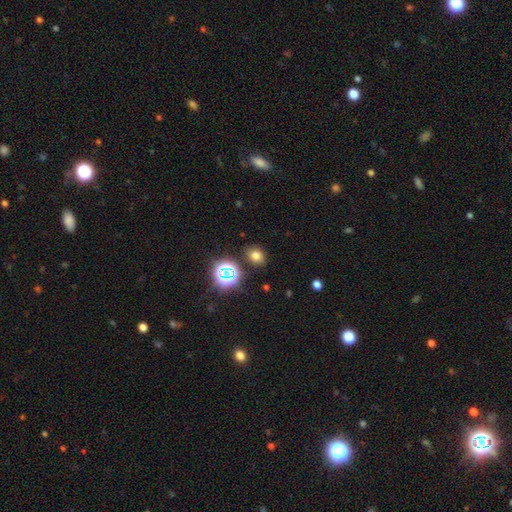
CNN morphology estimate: smooth-or-featured: smooth: 70% | star or artifact: 22% | featured or disk: 7%
  how-rounded: round: 50% | in between: 49% | cigar-shaped: 1%
  merging: none: 85% | minor disturbance: 9% | merger: 3% | major disturbance: 3%